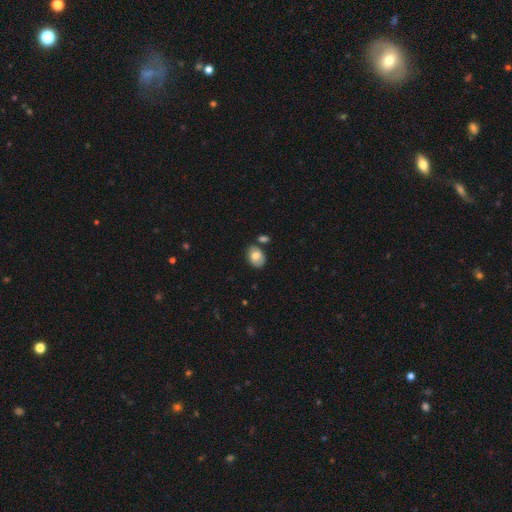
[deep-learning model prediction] Overall: smooth (76%). How rounded: in between (74%). Merging: none (67%).